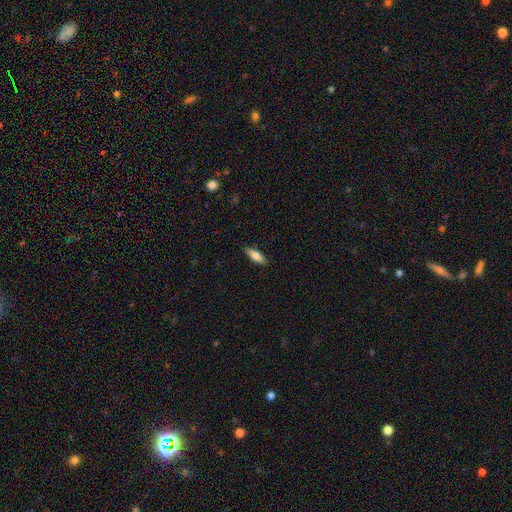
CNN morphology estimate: Smooth or featured? Predicted: smooth (p=0.76). How rounded? Predicted: in between (p=0.57). Merging? Predicted: none (p=0.87).